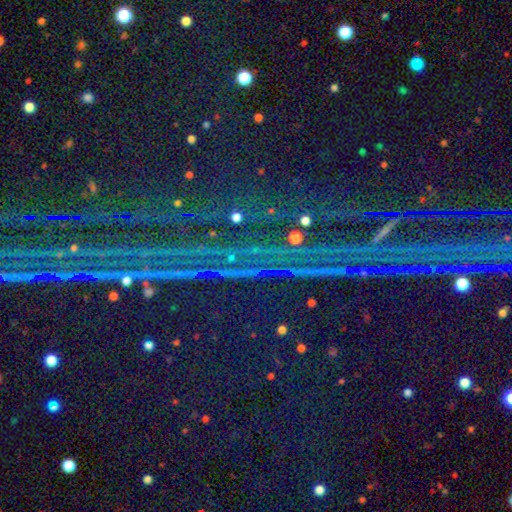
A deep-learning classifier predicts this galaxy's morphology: Smooth or featured: star or artifact — 87% (featured or disk — 6%)